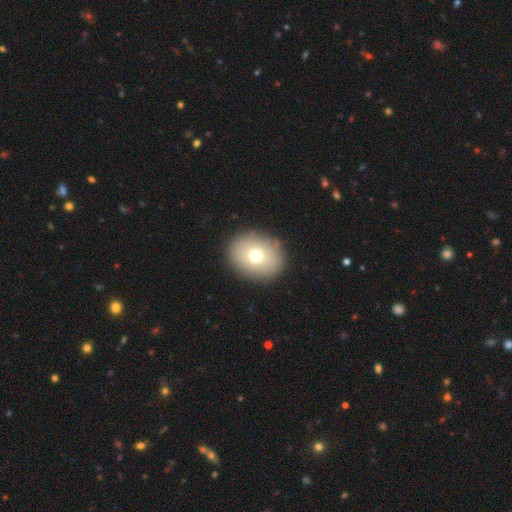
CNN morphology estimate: Smooth or featured? smooth (71%)
How rounded? round (53%)
Merging? none (88%)